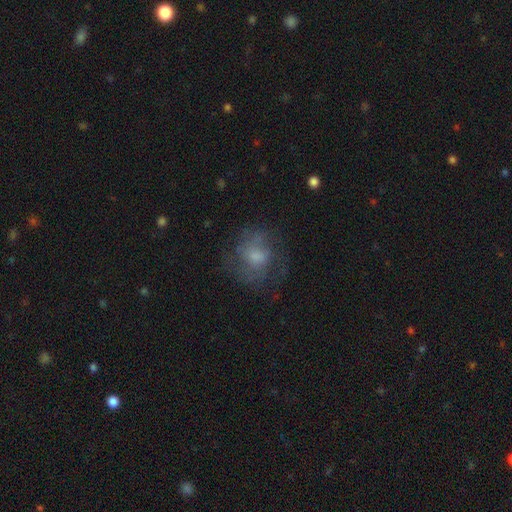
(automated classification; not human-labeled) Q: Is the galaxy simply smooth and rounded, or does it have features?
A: featured or disk — 47%.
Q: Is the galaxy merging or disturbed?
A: none — 67%.